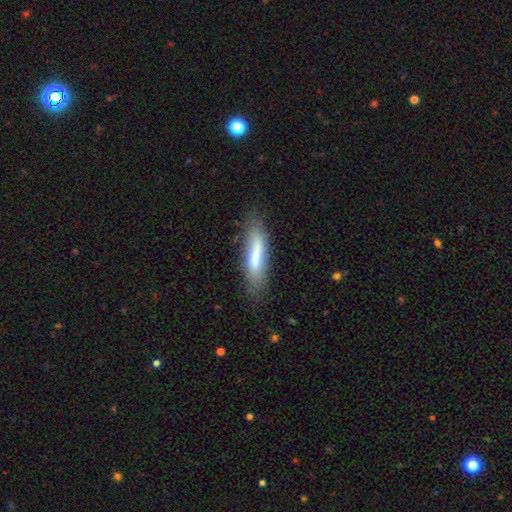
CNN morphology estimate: Smooth or featured? Predicted: smooth (p=0.69). How rounded? Predicted: cigar-shaped (p=0.71). Merging? Predicted: none (p=0.72).